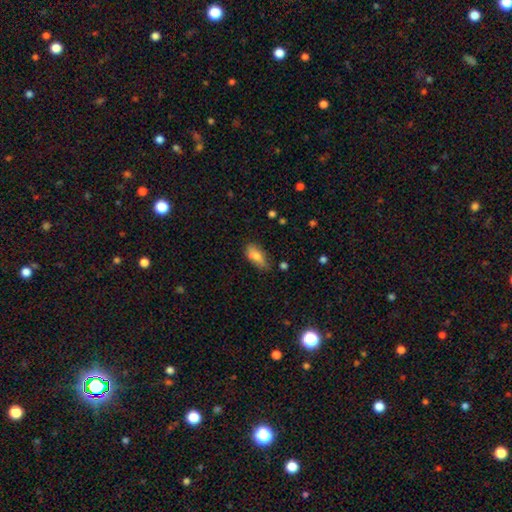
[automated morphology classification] Smooth or featured?
  - smooth: 79% *
  - featured or disk: 13%
  - star or artifact: 8%
How rounded?
  - in between: 81% *
  - cigar-shaped: 16%
  - round: 3%
Merging?
  - none: 58% *
  - minor disturbance: 32%
  - major disturbance: 7%
  - merger: 3%